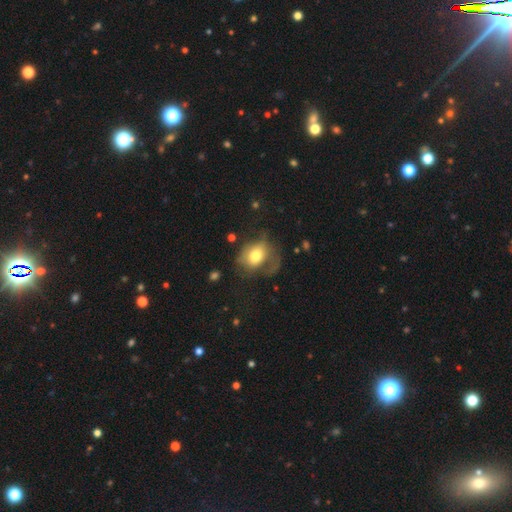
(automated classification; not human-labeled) Morphology: type=smooth (64%); roundness=in between (54%); merging=major disturbance (39%).